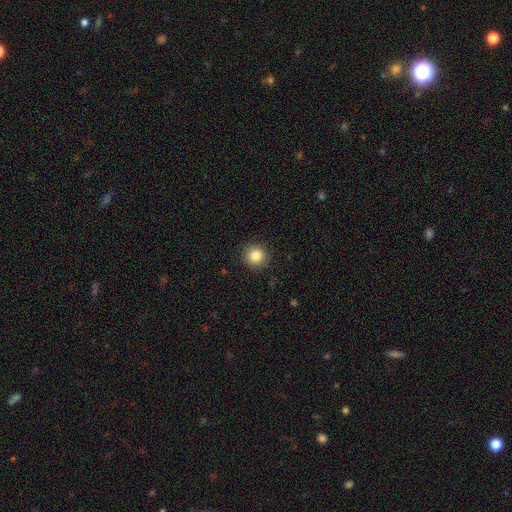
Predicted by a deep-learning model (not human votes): smooth_or_featured: smooth (p=0.85) [alt: star or artifact p=0.10]
how_rounded: round (p=0.94) [alt: in between p=0.05]
merging: none (p=0.91) [alt: minor disturbance p=0.06]